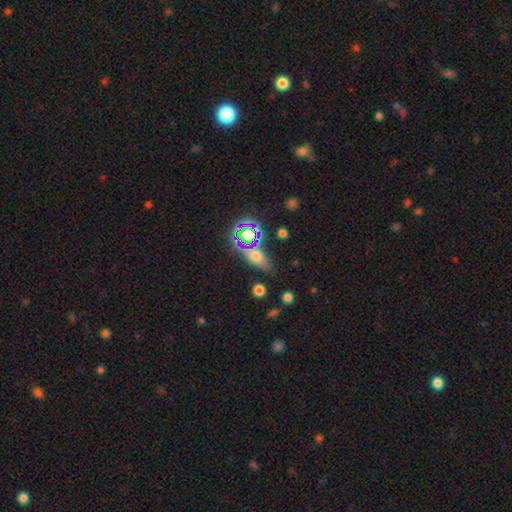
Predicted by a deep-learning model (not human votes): Q: Smooth or featured?
A: smooth (52%); runner-up: star or artifact (27%)
Q: How rounded?
A: in between (61%); runner-up: cigar-shaped (22%)
Q: Merging?
A: none (73%); runner-up: minor disturbance (14%)